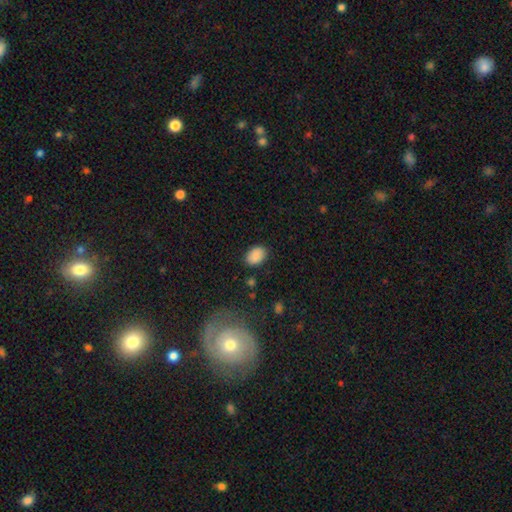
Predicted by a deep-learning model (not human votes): Q: Smooth or featured?
A: smooth (86%); runner-up: star or artifact (9%)
Q: How rounded?
A: in between (78%); runner-up: round (21%)
Q: Merging?
A: none (84%); runner-up: minor disturbance (12%)